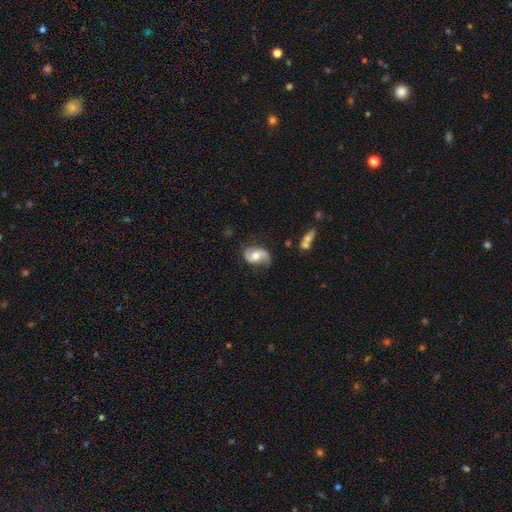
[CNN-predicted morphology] type=featured or disk (65%); edge-on=no (96%); bar=no (61%); spiral arms=yes (88%); winding=loose (55%); arm count=2 (86%); bulge=moderate (73%); merging=none (68%).